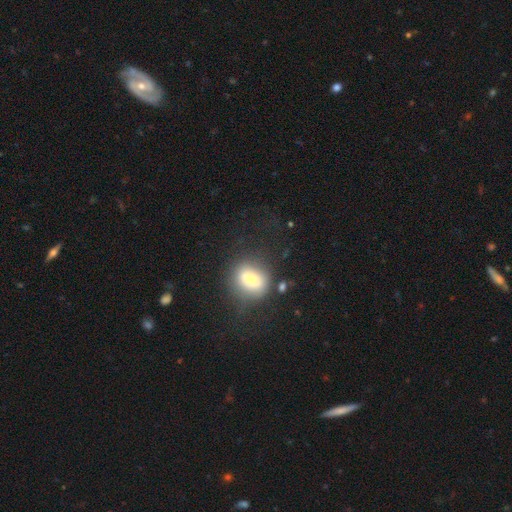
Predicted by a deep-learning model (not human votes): Smooth or featured: smooth — 59% (star or artifact — 23%)
How rounded: in between — 59% (round — 37%)
Merging: none — 71% (minor disturbance — 16%)